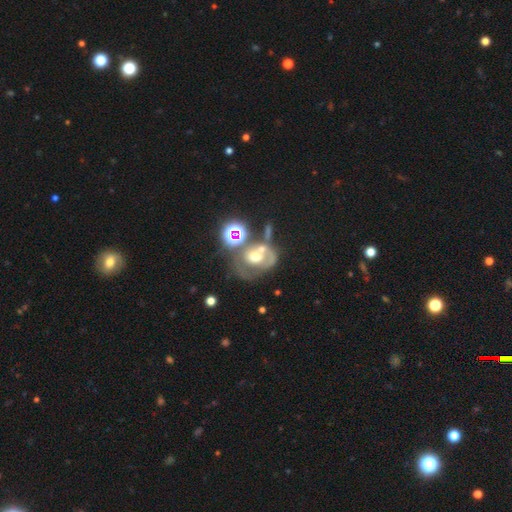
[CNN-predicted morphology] smooth-or-featured: featured or disk: 49% | smooth: 32% | star or artifact: 19%
  merging: merger: 32% | none: 30% | major disturbance: 22% | minor disturbance: 16%